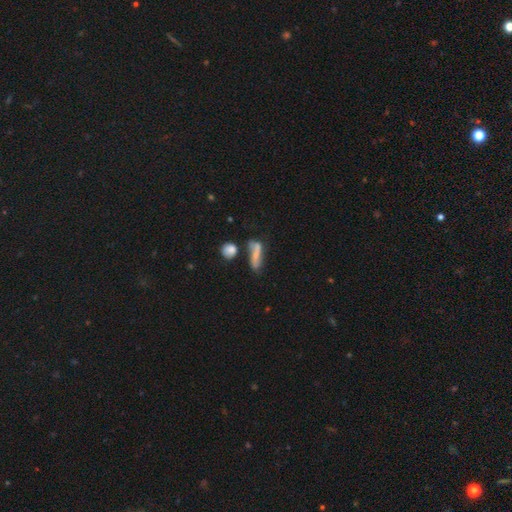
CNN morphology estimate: smooth 59%, featured or disk 30%, star or artifact 11%. Down the decision tree: how rounded — cigar-shaped (56%); merging — none (39%).